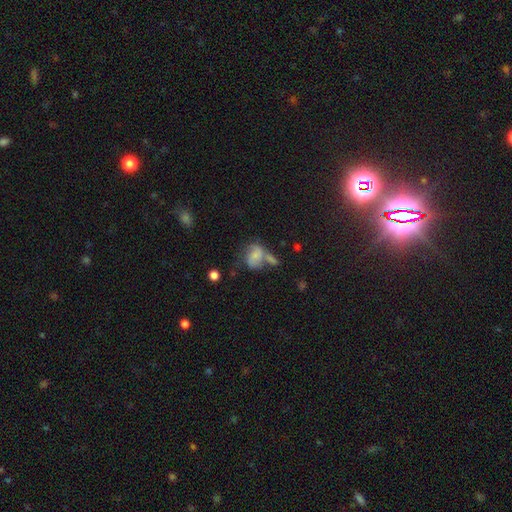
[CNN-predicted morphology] A smooth galaxy with no disk features (60%) that is in between round and cigar-shaped (67%). Merging: merger (32%).